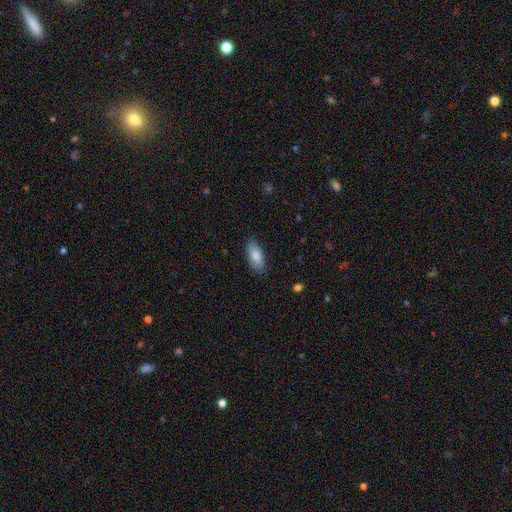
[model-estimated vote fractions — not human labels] Smooth or featured: smooth — 84% (featured or disk — 11%)
How rounded: in between — 88% (cigar-shaped — 10%)
Merging: none — 85% (minor disturbance — 11%)